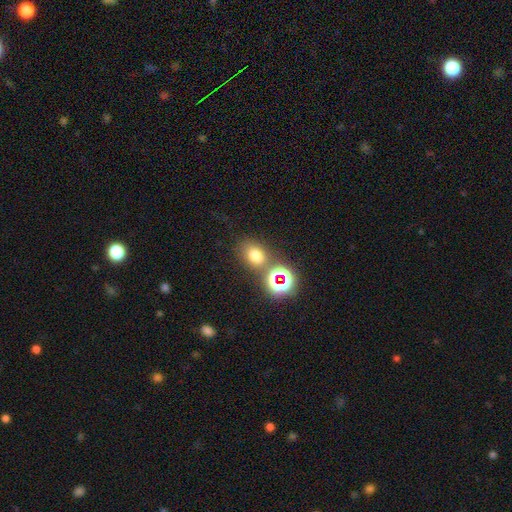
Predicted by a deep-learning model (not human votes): Q: Smooth or featured?
A: smooth (67%); runner-up: star or artifact (23%)
Q: How rounded?
A: in between (51%); runner-up: round (48%)
Q: Merging?
A: none (69%); runner-up: merger (16%)